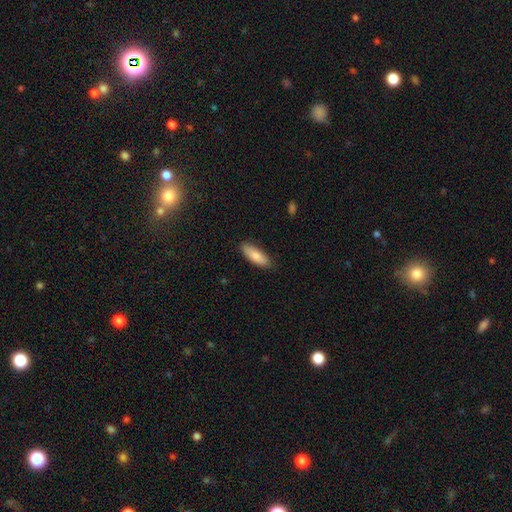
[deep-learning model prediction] Overall: smooth (84%). How rounded: in between (59%; cigar-shaped 39%). Merging: none (86%).